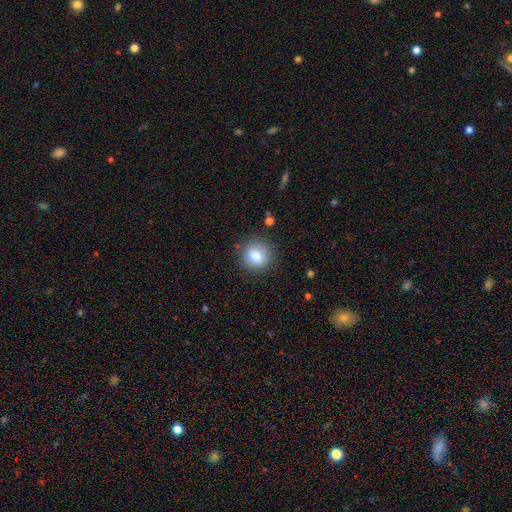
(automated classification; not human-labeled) The model was most divided on "how rounded": round: 81%, in between: 18%, cigar-shaped: 1%. More confident: merging — none (85%); smooth or featured — smooth (84%).